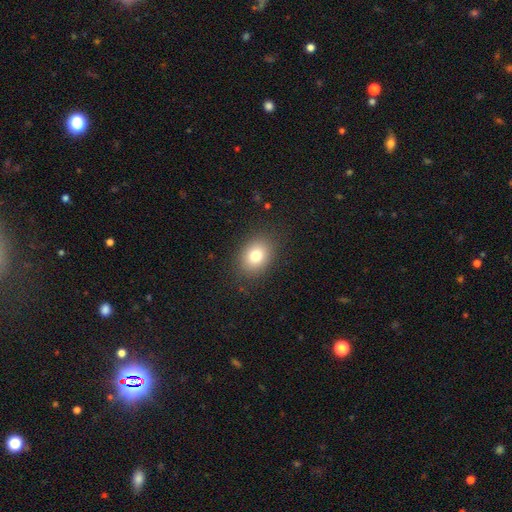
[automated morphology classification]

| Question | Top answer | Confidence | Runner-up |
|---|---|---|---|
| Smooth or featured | smooth | 79% | star or artifact (11%) |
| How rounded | in between | 63% | round (36%) |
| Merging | none | 86% | minor disturbance (9%) |